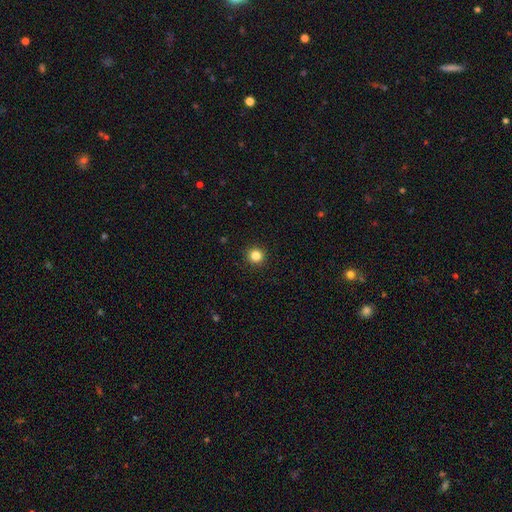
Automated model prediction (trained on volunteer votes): smooth-or-featured: smooth: 84% | star or artifact: 12% | featured or disk: 4%
  how-rounded: round: 96% | in between: 3% | cigar-shaped: 1%
  merging: none: 93% | minor disturbance: 4% | major disturbance: 2% | merger: 1%